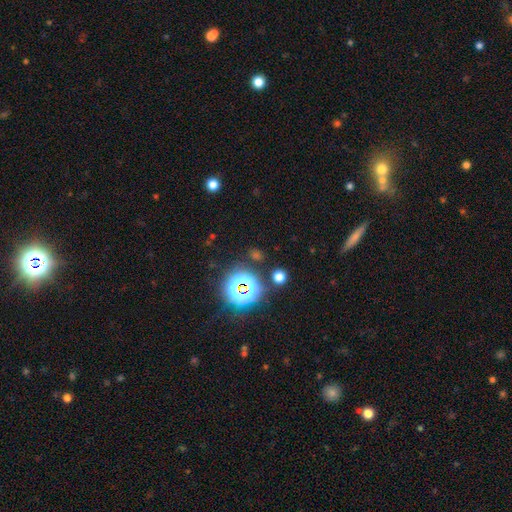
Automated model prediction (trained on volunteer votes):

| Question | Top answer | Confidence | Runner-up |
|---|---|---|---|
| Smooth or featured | star or artifact | 59% | smooth (33%) |